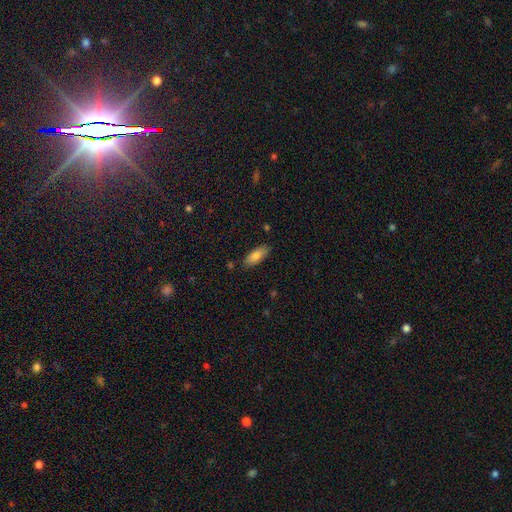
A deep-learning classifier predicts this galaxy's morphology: This appears to be a smooth galaxy with no disk features (81%) that is in between round and cigar-shaped (79%). Merging: none (84%).